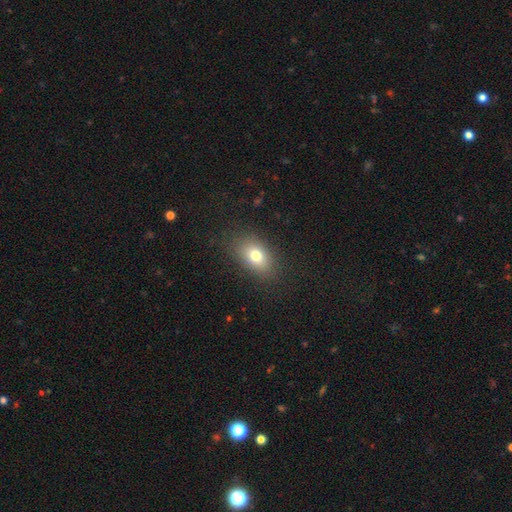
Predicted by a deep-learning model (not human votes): A smooth galaxy with no disk features (75%) that is in between round and cigar-shaped (82%).

Vote fractions:
- Smooth or featured? smooth: 75% / featured or disk: 13% / star or artifact: 11%
- How rounded? in between: 82% / round: 16% / cigar-shaped: 3%
- Merging? none: 84% / minor disturbance: 10% / major disturbance: 4% / merger: 1%